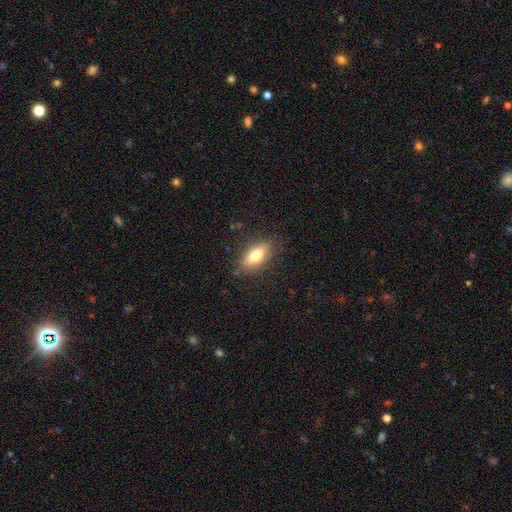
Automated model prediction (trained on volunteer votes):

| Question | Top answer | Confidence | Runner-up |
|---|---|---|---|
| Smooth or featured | smooth | 70% | featured or disk (23%) |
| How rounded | in between | 78% | cigar-shaped (17%) |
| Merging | none | 82% | minor disturbance (13%) |